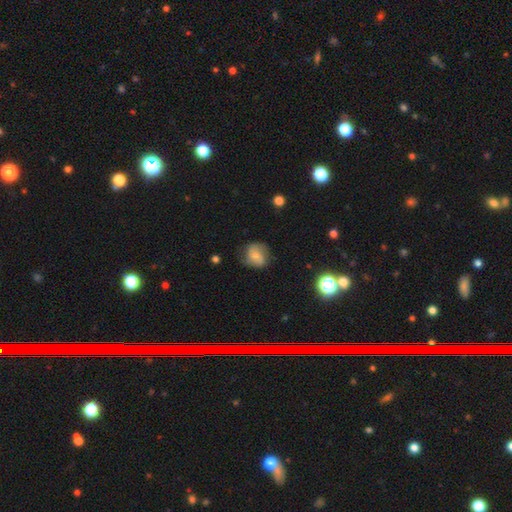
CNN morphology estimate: Smooth or featured?
  - smooth: 48% *
  - featured or disk: 43%
  - star or artifact: 9%
Merging?
  - none: 65% *
  - minor disturbance: 24%
  - major disturbance: 9%
  - merger: 2%